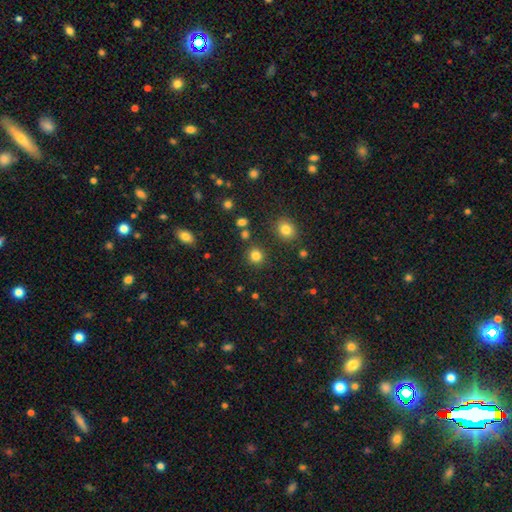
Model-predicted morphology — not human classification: type=smooth (82%); roundness=round (89%); merging=none (87%).